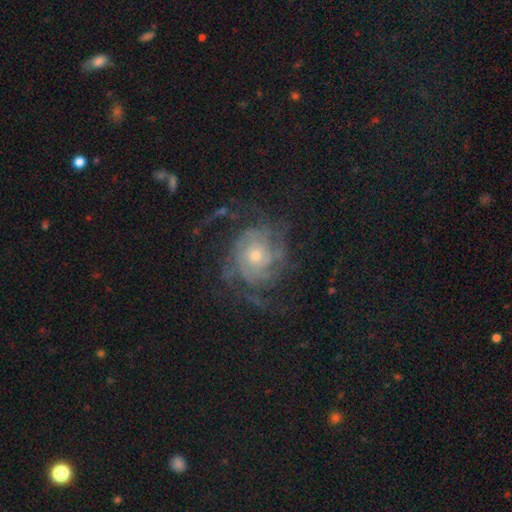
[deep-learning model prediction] This is clearly a featured or disk galaxy (85%). It is clearly not viewed edge-on (97%). Bar: likely no (80%). Spiral arm pattern: clearly yes (94%). Spiral arm count: marginally can't tell (34%). Spiral winding: possibly tight (58%). Central bulge: possibly small (55%). Merging: likely none (64%).